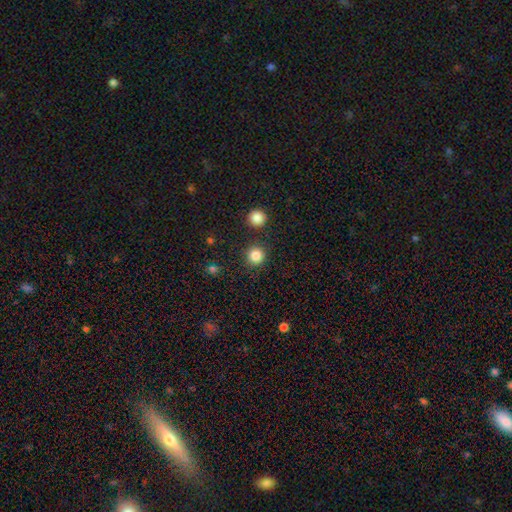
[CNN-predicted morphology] smooth-or-featured: smooth: 84% | star or artifact: 11% | featured or disk: 4%
  how-rounded: round: 95% | in between: 4% | cigar-shaped: 1%
  merging: none: 90% | minor disturbance: 5% | merger: 3% | major disturbance: 2%